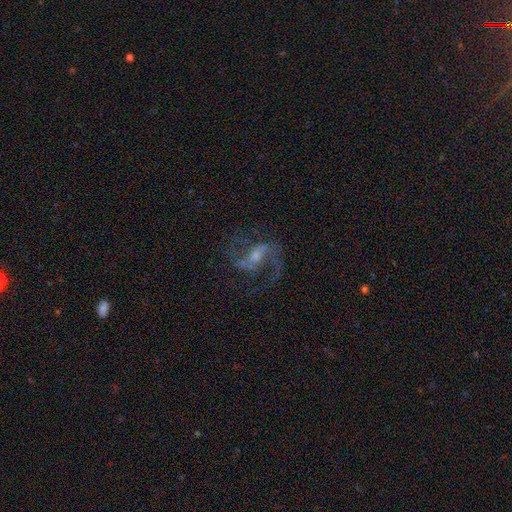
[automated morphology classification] Smooth or featured?
  - featured or disk: 87% *
  - star or artifact: 7%
  - smooth: 6%
Edge-on disk?
  - no: 97% *
  - yes: 3%
Bar?
  - weak: 50% *
  - no: 28%
  - strong: 22%
Spiral arms?
  - yes: 96% *
  - no: 4%
Spiral winding?
  - medium: 48% *
  - loose: 44%
  - tight: 7%
Spiral arm count?
  - 2: 90% *
  - 1: 3%
  - can't tell: 3%
  - 3: 2%
  - 4: 1%
  - more than 4: 1%
Bulge size?
  - moderate: 43% *
  - small: 41%
  - none: 9%
  - large: 6%
  - dominant: 1%
Merging?
  - none: 69% *
  - major disturbance: 15%
  - minor disturbance: 14%
  - merger: 2%